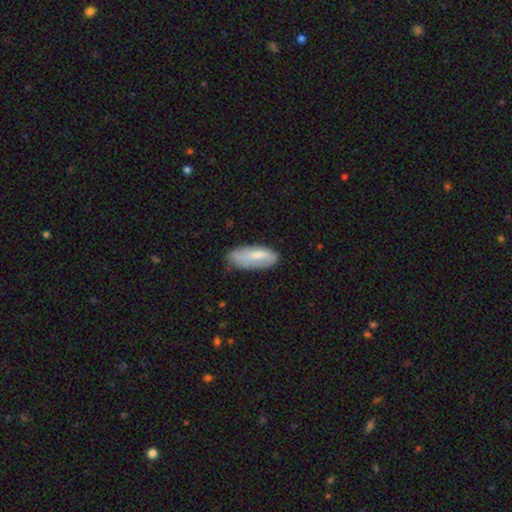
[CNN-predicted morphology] Smooth or featured? smooth (70%)
How rounded? in between (76%)
Merging? none (60%)